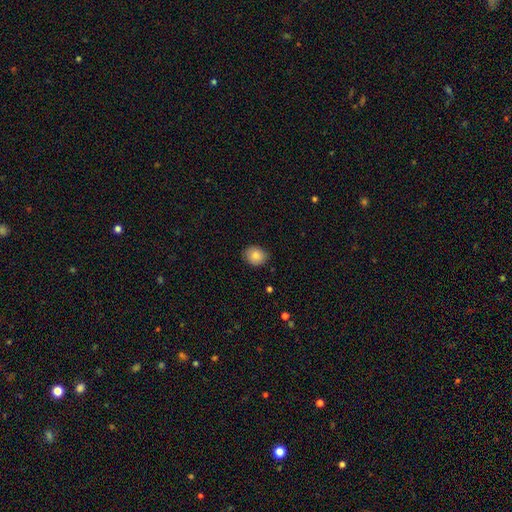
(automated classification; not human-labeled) Smooth or featured? smooth (84%)
How rounded? round (62%)
Merging? none (85%)